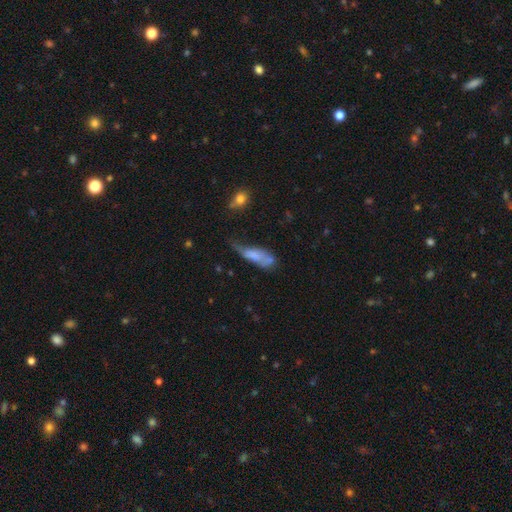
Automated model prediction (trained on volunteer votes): Overall: smooth (60%; featured or disk 30%). How rounded: in between (59%; cigar-shaped 38%). Merging: major disturbance (31%; minor disturbance 29%).